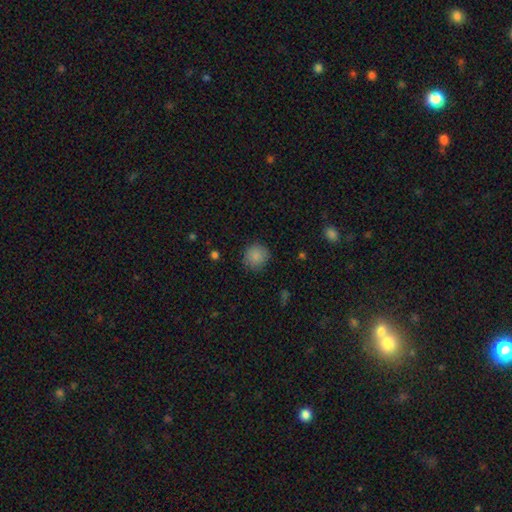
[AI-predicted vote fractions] This is clearly a smooth galaxy (86%). How rounded: clearly round (91%). Merging: clearly none (85%).